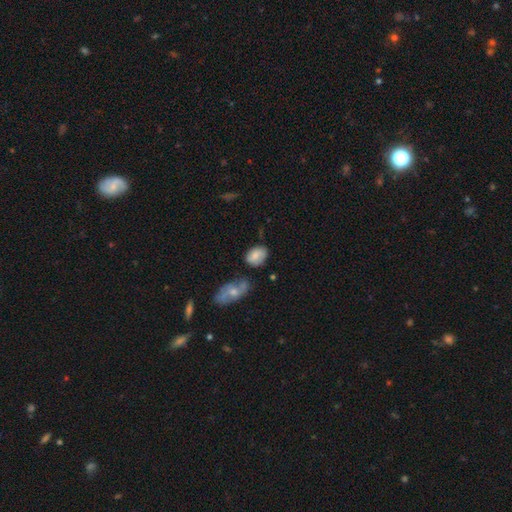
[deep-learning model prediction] smooth 76%, featured or disk 16%, star or artifact 8%. Down the decision tree: how rounded — in between (73%); merging — none (62%).